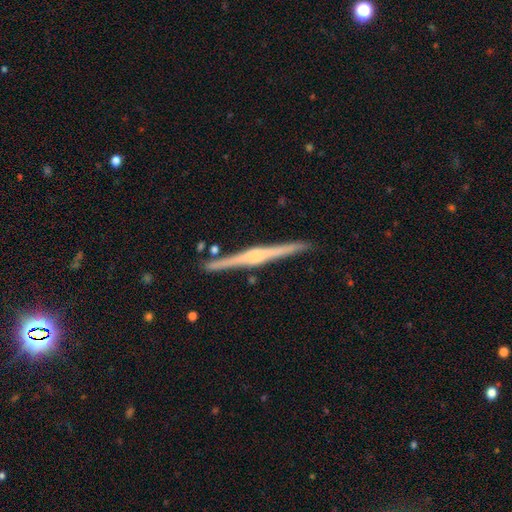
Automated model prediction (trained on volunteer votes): Smooth or featured?
  - featured or disk: 81% *
  - smooth: 14%
  - star or artifact: 5%
Edge-on disk?
  - yes: 99% *
  - no: 1%
Edge-on bulge?
  - rounded: 64% *
  - boxy: 23%
  - none: 14%
Merging?
  - none: 90% *
  - minor disturbance: 7%
  - merger: 2%
  - major disturbance: 1%